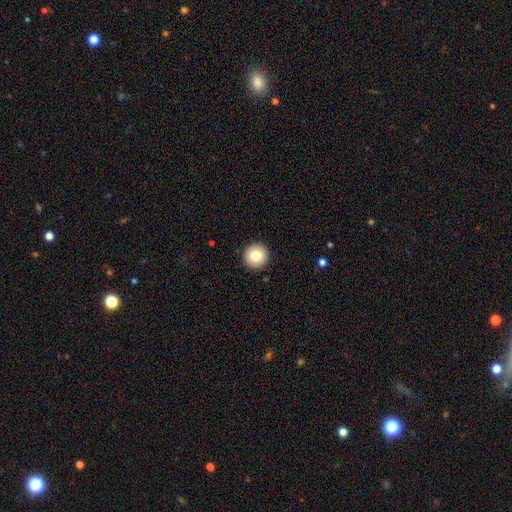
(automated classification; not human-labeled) The model was most divided on "smooth or featured": smooth: 80%, featured or disk: 11%, star or artifact: 9%. More confident: how rounded — round (97%); merging — none (93%).